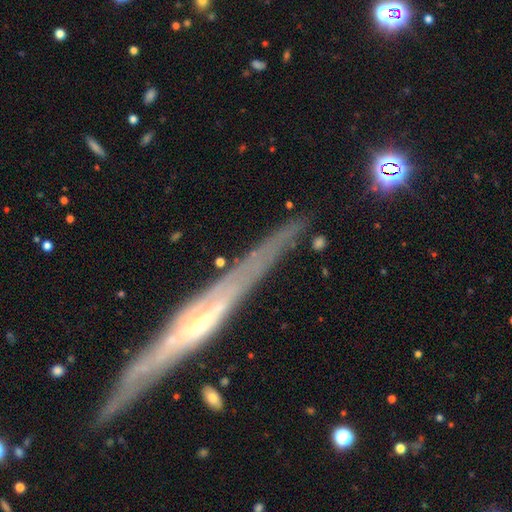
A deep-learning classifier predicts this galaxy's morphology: featured or disk 82%, smooth 11%, star or artifact 7%. Down the decision tree: edge-on disk — yes (94%); edge-on bulge — rounded (48%); merging — none (87%).